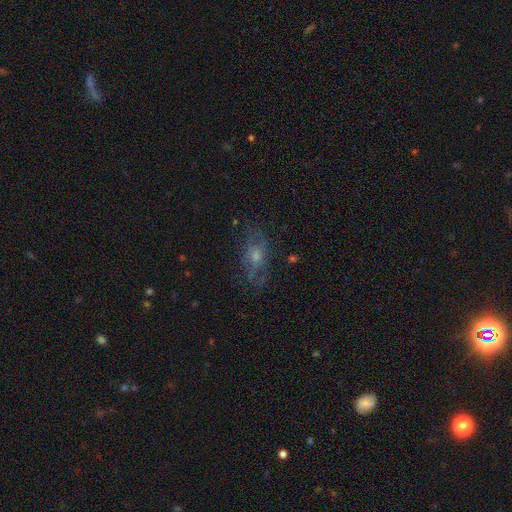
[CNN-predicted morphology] This appears to be a featured or disk galaxy (47%). Merging: none (69%).